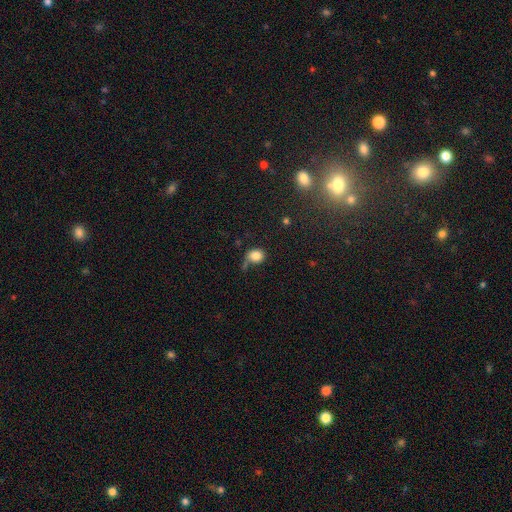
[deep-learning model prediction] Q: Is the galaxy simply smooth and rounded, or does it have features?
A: smooth — 83%.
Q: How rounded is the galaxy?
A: round — 62%.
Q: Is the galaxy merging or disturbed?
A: none — 50%.